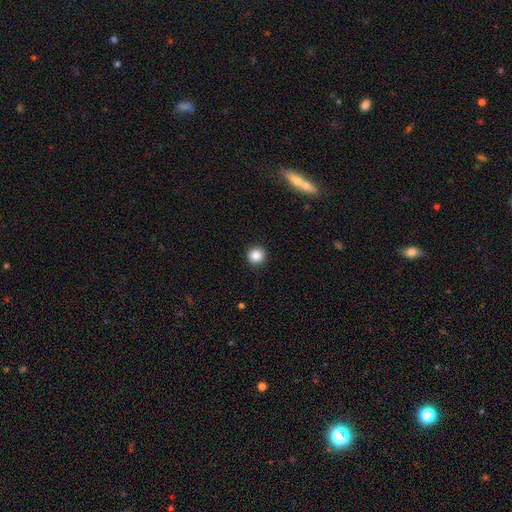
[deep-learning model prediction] The model was most divided on "smooth or featured": smooth: 85%, star or artifact: 10%, featured or disk: 4%. More confident: how rounded — round (95%); merging — none (93%).